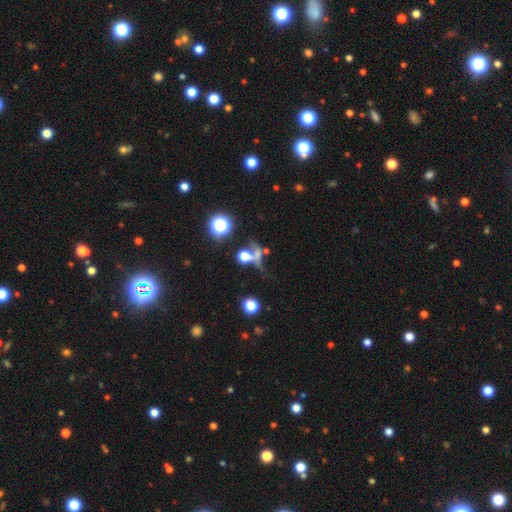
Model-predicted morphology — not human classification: The model was most divided on "merging": merger: 34%, none: 33%, major disturbance: 21%, minor disturbance: 12%. Remaining: smooth or featured — smooth (49%).